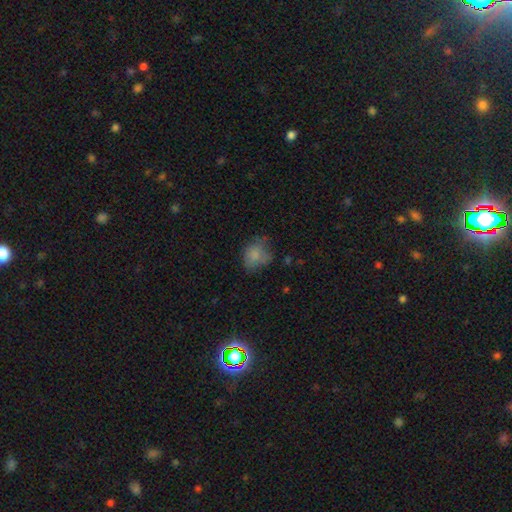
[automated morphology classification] type=smooth (76%); roundness=round (58%); merging=none (51%).